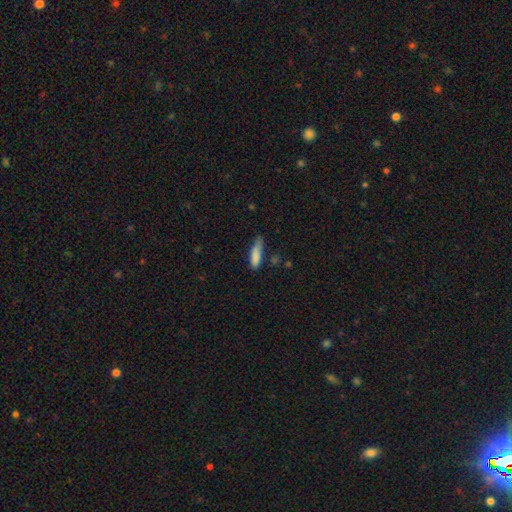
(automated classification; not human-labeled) Smooth or featured: smooth — 84% (featured or disk — 9%)
How rounded: cigar-shaped — 65% (in between — 34%)
Merging: none — 52% (minor disturbance — 36%)